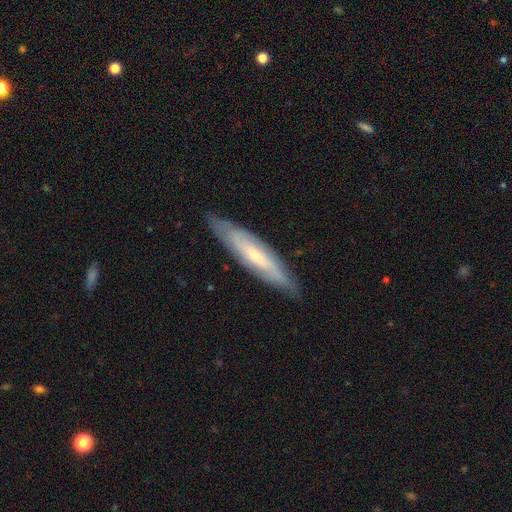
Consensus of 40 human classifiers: Morphology: type=featured or disk (68%); edge-on=no (63%); bar=no (53%); spiral arms=yes (65%); winding=medium (55%); arm count=2 (64%); bulge=small (65%); merging=none (79%).